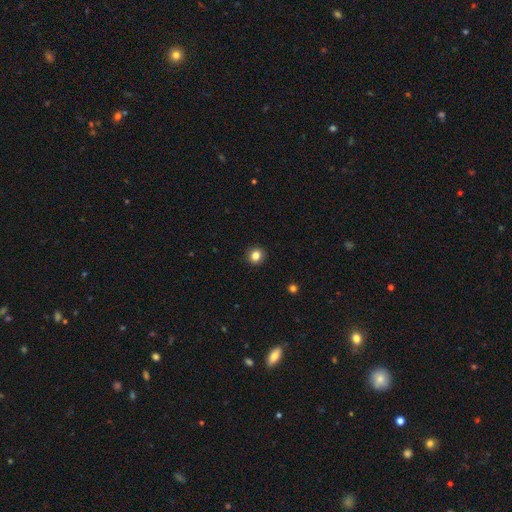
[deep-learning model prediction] The model was most divided on "smooth or featured": smooth: 83%, star or artifact: 11%, featured or disk: 5%. More confident: merging — none (93%); how rounded — round (90%).